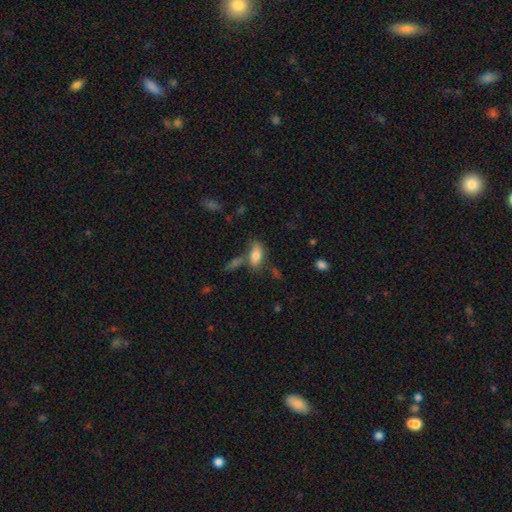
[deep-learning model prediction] A smooth galaxy with no disk features (74%) that is in between round and cigar-shaped (82%).

Vote fractions:
- Smooth or featured? smooth: 74% / featured or disk: 17% / star or artifact: 9%
- How rounded? in between: 82% / cigar-shaped: 14% / round: 4%
- Merging? none: 56% / minor disturbance: 18% / merger: 18% / major disturbance: 8%